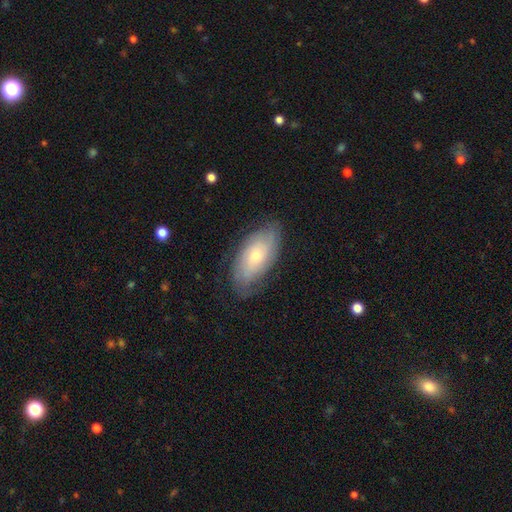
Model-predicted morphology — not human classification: Q: Smooth or featured?
A: featured or disk (51%); runner-up: smooth (42%)
Q: Edge-on disk?
A: no (88%); runner-up: yes (12%)
Q: Merging?
A: none (75%); runner-up: minor disturbance (19%)